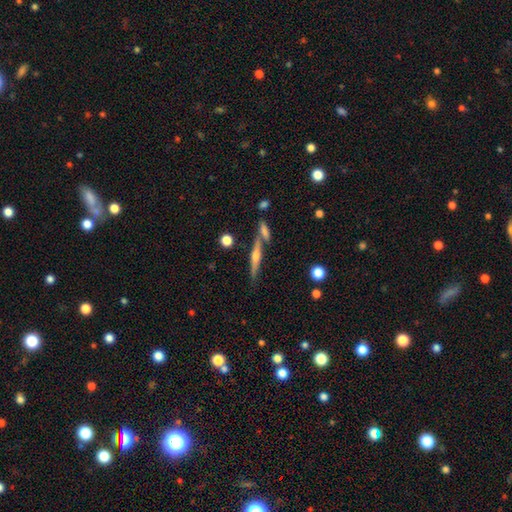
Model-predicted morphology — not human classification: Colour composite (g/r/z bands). It shows a featured or disk galaxy (72%) viewed edge-on (97%) with a rounded central bulge (85%). Merging: none (71%).